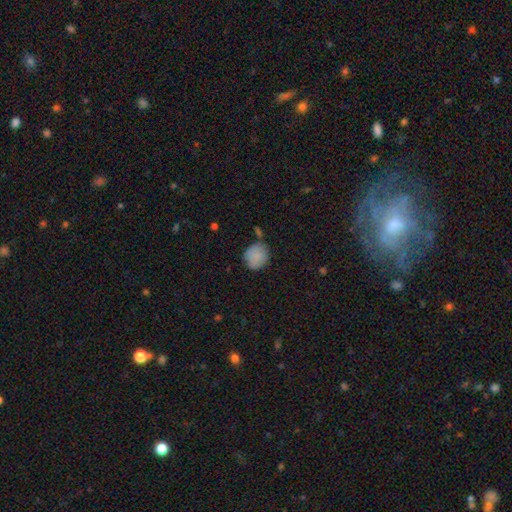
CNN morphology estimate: Smooth or featured: smooth — 85% (star or artifact — 8%)
How rounded: round — 81% (in between — 18%)
Merging: none — 65% (minor disturbance — 22%)